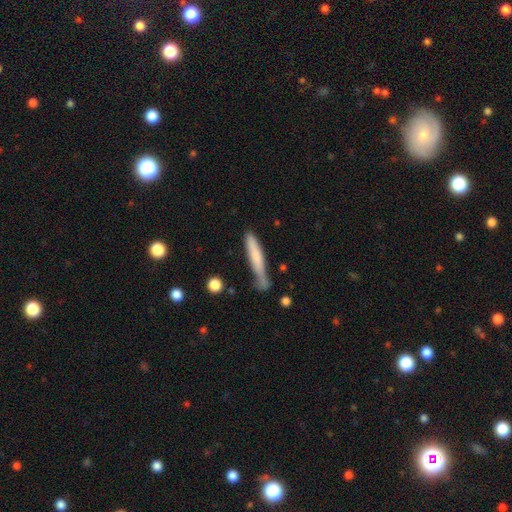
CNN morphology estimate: Q: Smooth or featured?
A: smooth (68%); runner-up: featured or disk (25%)
Q: How rounded?
A: cigar-shaped (93%); runner-up: in between (6%)
Q: Merging?
A: none (59%); runner-up: minor disturbance (27%)